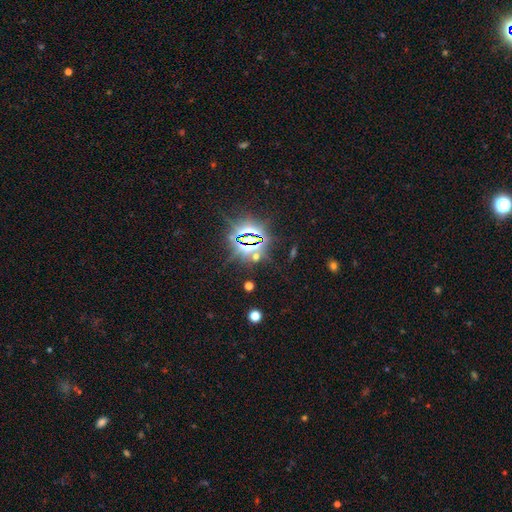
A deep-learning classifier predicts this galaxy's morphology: Smooth or featured? Predicted: star or artifact (p=0.80).